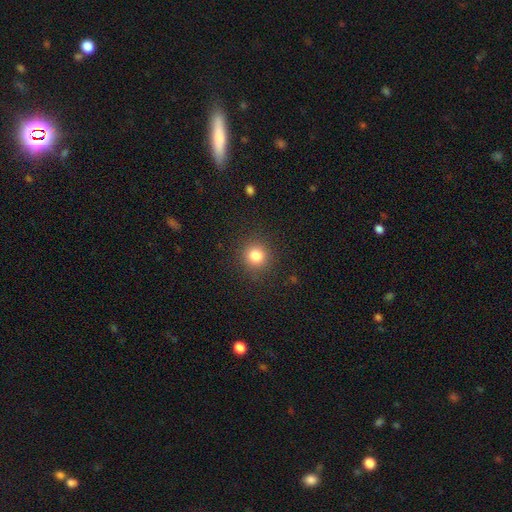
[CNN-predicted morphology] type=smooth (82%); roundness=round (92%); merging=none (90%).